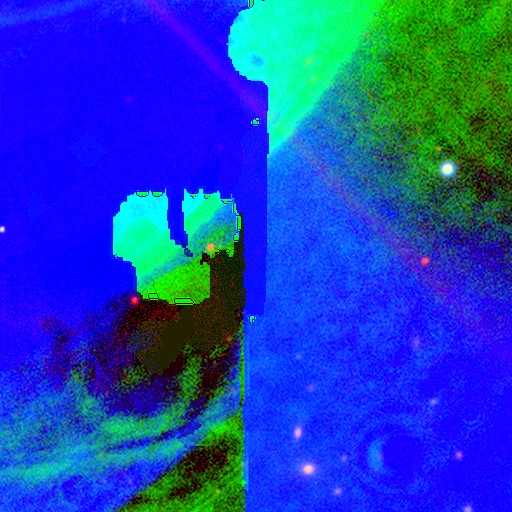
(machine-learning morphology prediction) Smooth or featured?
  - star or artifact: 89% *
  - featured or disk: 6%
  - smooth: 5%